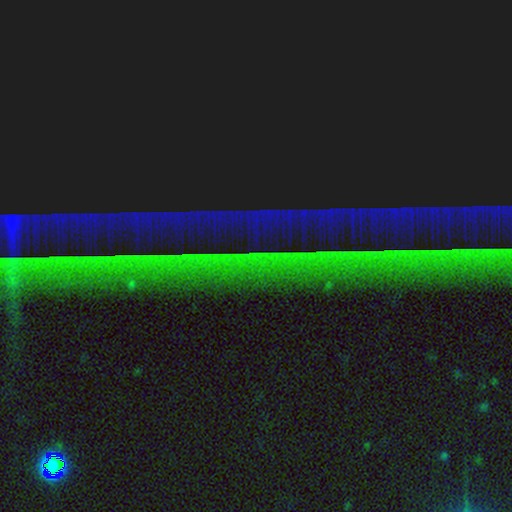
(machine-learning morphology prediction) smooth-or-featured: star or artifact: 88% | featured or disk: 7% | smooth: 5%